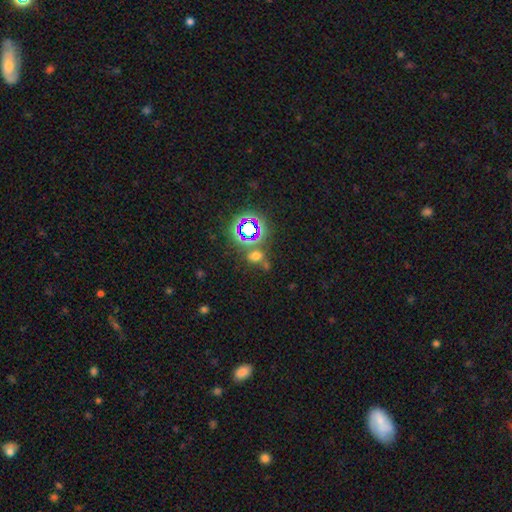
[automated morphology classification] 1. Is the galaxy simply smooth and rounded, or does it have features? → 49% smooth, 42% star or artifact, 9% featured or disk.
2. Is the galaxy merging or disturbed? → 64% none, 18% merger, 12% minor disturbance, 6% major disturbance.